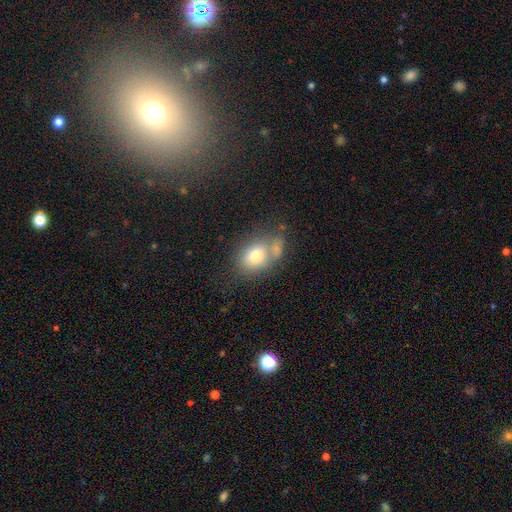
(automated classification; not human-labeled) The model was most divided on "merging": none: 43%, merger: 31%, minor disturbance: 17%, major disturbance: 8%. More confident: smooth or featured — smooth (75%); how rounded — in between (63%).